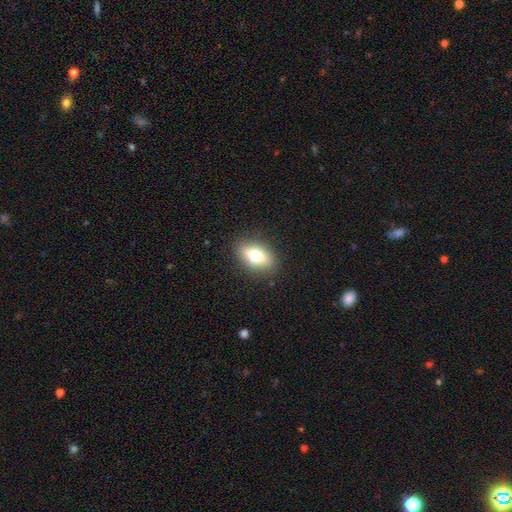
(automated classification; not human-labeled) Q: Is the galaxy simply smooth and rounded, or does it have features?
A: smooth — 70%.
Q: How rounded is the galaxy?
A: in between — 83%.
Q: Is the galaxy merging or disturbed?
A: none — 86%.